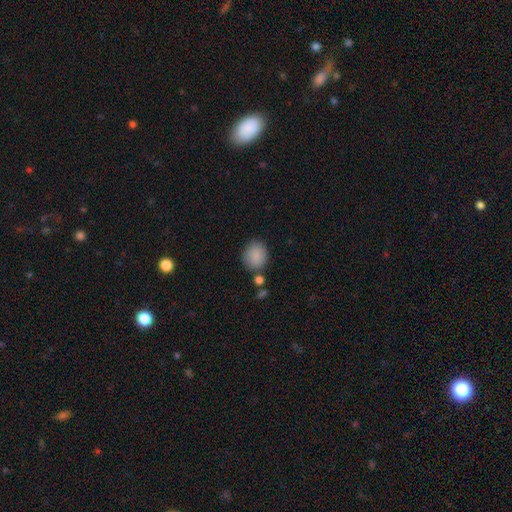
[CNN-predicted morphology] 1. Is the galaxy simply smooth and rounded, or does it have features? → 87% smooth, 8% star or artifact, 5% featured or disk.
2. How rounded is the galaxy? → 68% round, 31% in between, 1% cigar-shaped.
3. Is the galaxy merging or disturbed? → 75% none, 14% minor disturbance, 8% merger, 4% major disturbance.